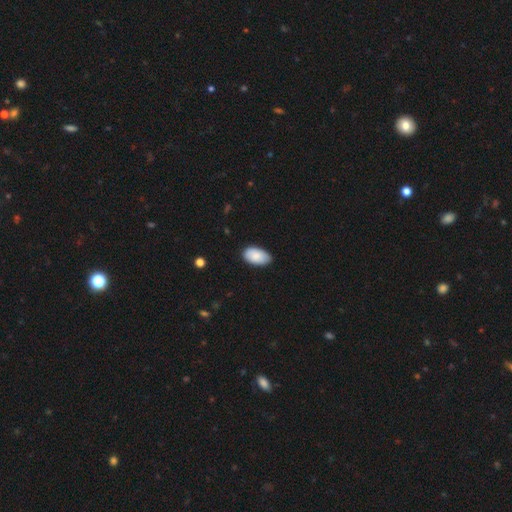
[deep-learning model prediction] smooth 84%, featured or disk 10%, star or artifact 6%. Down the decision tree: how rounded — in between (95%); merging — none (77%).